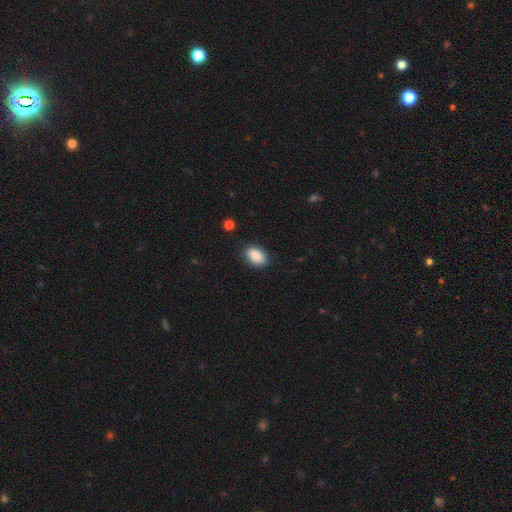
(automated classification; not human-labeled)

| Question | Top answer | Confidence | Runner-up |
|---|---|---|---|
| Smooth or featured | smooth | 87% | star or artifact (7%) |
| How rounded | in between | 88% | round (11%) |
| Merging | none | 86% | minor disturbance (11%) |